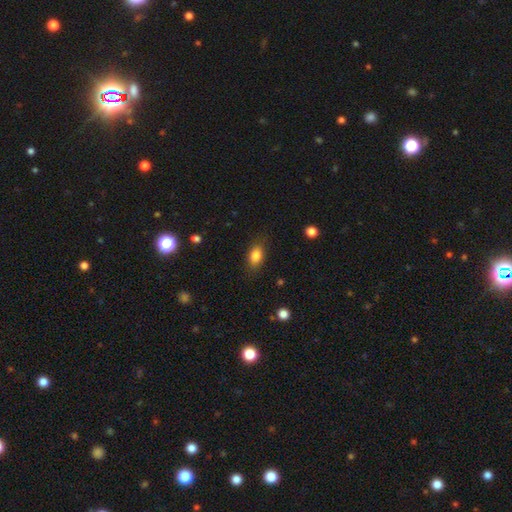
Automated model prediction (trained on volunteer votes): A smooth galaxy with no disk features (83%) that is in between round and cigar-shaped (83%).

Vote fractions:
- Smooth or featured? smooth: 83% / star or artifact: 9% / featured or disk: 8%
- How rounded? in between: 83% / round: 13% / cigar-shaped: 4%
- Merging? none: 81% / minor disturbance: 14% / major disturbance: 4% / merger: 1%